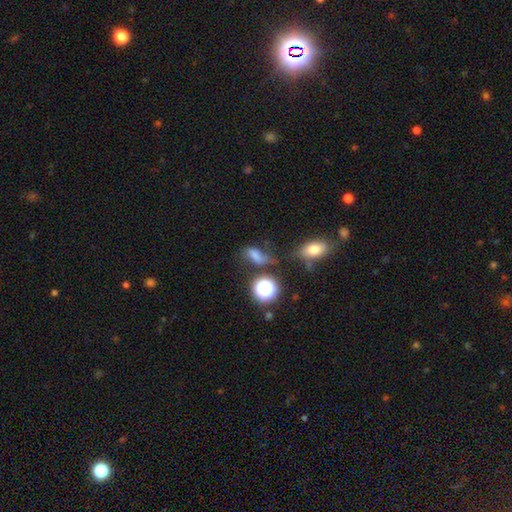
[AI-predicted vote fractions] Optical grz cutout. It shows a smooth galaxy with no disk features (60%) that is in between round and cigar-shaped (71%). Merging: none (43%).